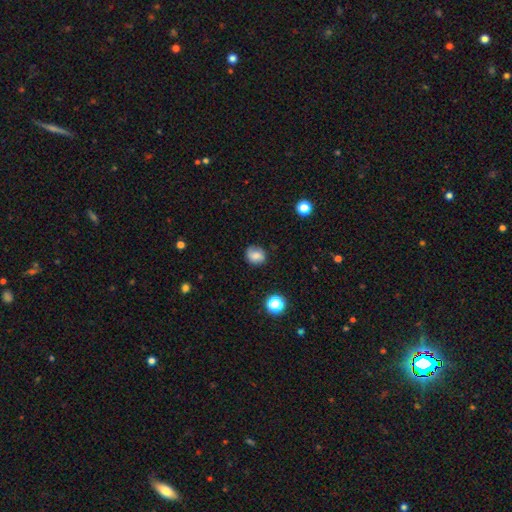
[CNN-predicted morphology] Smooth or featured?
  - smooth: 75% *
  - featured or disk: 14%
  - star or artifact: 11%
How rounded?
  - round: 62% *
  - in between: 37%
  - cigar-shaped: 1%
Merging?
  - none: 73% *
  - minor disturbance: 20%
  - major disturbance: 5%
  - merger: 2%